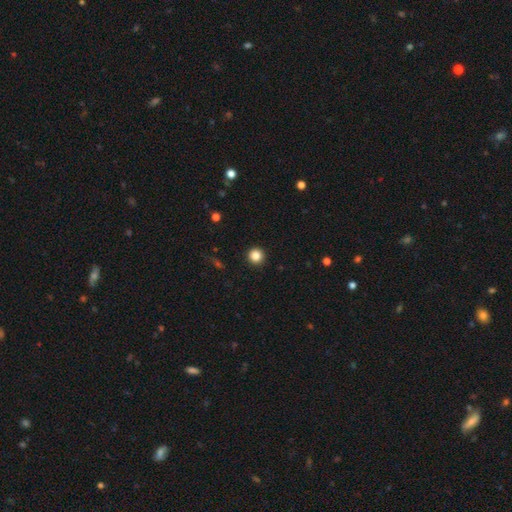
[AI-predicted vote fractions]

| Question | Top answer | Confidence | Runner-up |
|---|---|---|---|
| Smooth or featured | smooth | 85% | star or artifact (11%) |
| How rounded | round | 96% | in between (4%) |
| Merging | none | 93% | minor disturbance (4%) |